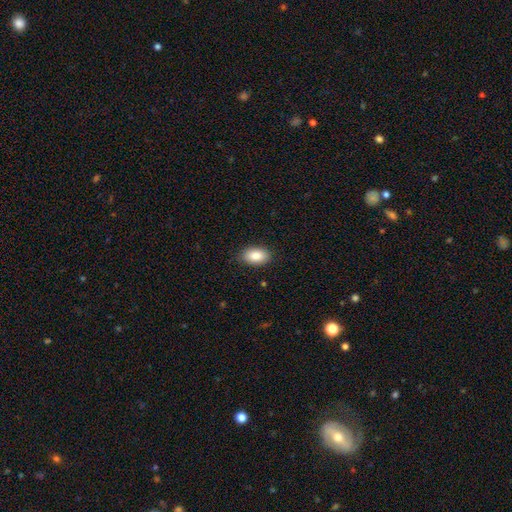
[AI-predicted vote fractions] smooth-or-featured: smooth: 87% | star or artifact: 7% | featured or disk: 6%
  how-rounded: in between: 91% | round: 8% | cigar-shaped: 1%
  merging: none: 84% | minor disturbance: 12% | major disturbance: 3% | merger: 1%